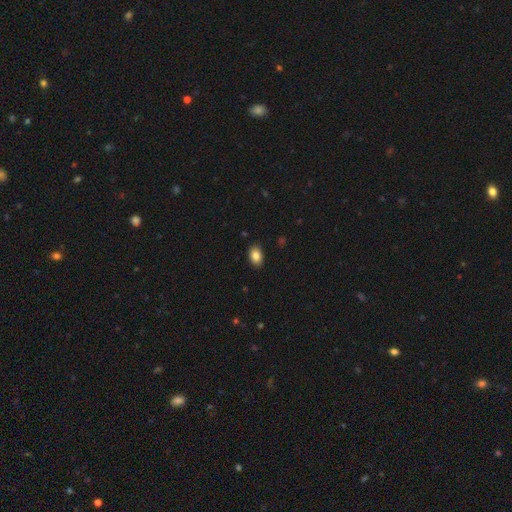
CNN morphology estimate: Smooth or featured?
  - smooth: 86% *
  - star or artifact: 9%
  - featured or disk: 6%
How rounded?
  - in between: 84% *
  - round: 14%
  - cigar-shaped: 1%
Merging?
  - none: 89% *
  - minor disturbance: 8%
  - major disturbance: 2%
  - merger: 1%